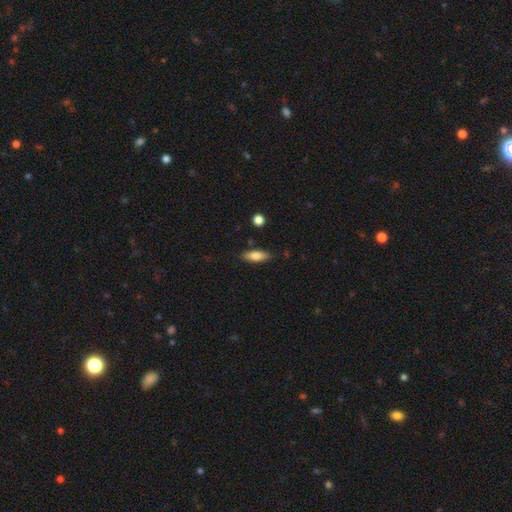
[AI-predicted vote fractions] This is likely a smooth galaxy (78%). How rounded: likely in between (62%). Merging: clearly none (85%).